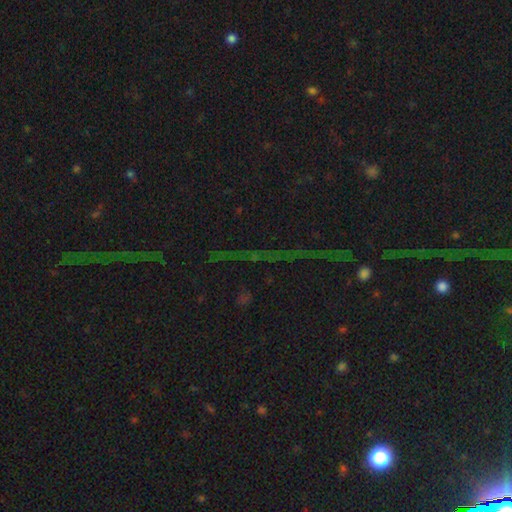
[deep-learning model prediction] A star or artifact, not a galaxy (76%).

Vote fractions:
- Smooth or featured? star or artifact: 76% / featured or disk: 12% / smooth: 12%